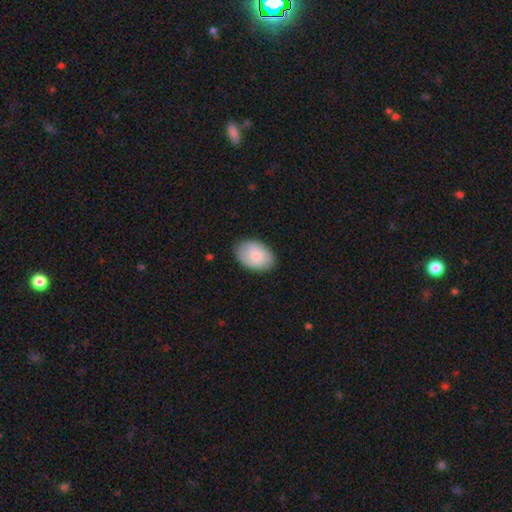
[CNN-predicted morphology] smooth-or-featured: smooth: 79% | featured or disk: 15% | star or artifact: 6%
  how-rounded: in between: 86% | round: 13% | cigar-shaped: 1%
  merging: none: 81% | minor disturbance: 15% | major disturbance: 3% | merger: 1%